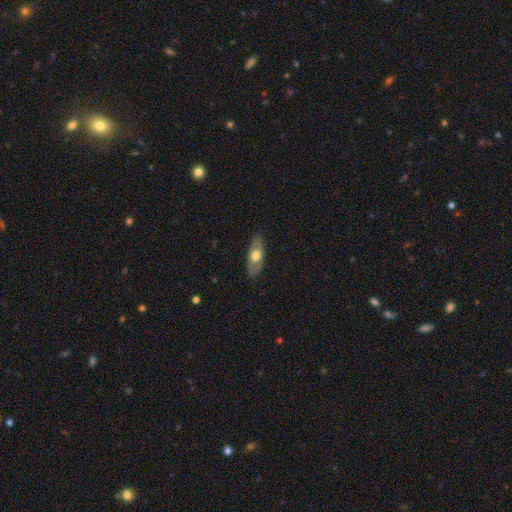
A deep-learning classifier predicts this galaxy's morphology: A smooth galaxy with no disk features (54%) that is in between round and cigar-shaped (77%). Merging: none (83%).